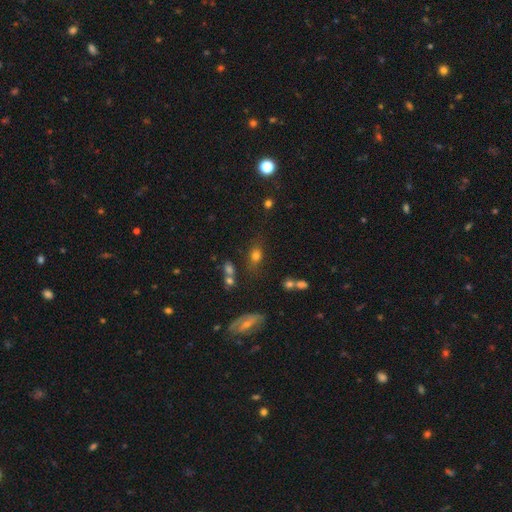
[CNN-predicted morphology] smooth_or_featured: smooth (p=0.73) [alt: star or artifact p=0.15]
how_rounded: in between (p=0.69) [alt: round p=0.27]
merging: none (p=0.65) [alt: minor disturbance p=0.19]